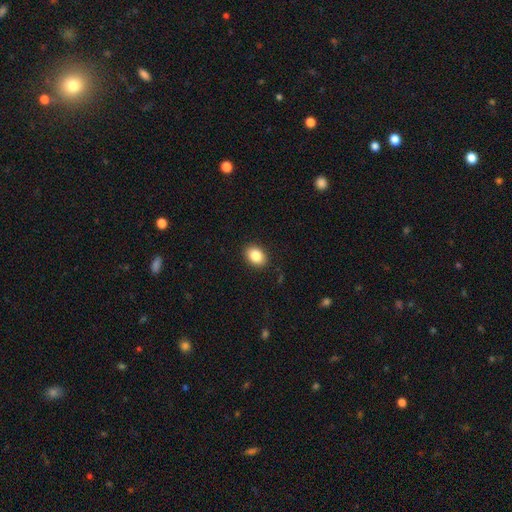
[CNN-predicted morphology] Overall: smooth (86%). How rounded: in between (72%). Merging: none (90%).